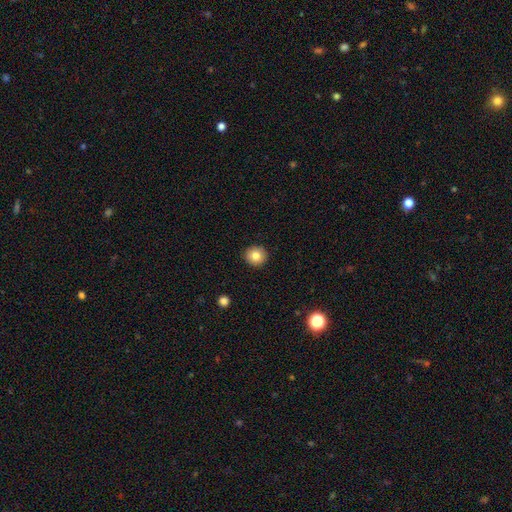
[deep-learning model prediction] Smooth or featured? Predicted: smooth (p=0.82). How rounded? Predicted: round (p=0.92). Merging? Predicted: none (p=0.92).